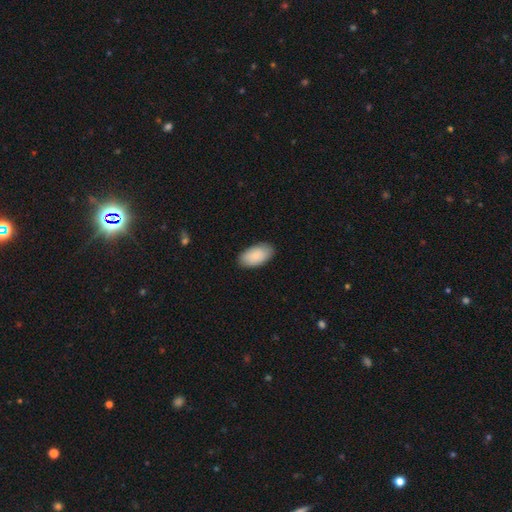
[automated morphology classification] Smooth or featured?
  - smooth: 89% *
  - featured or disk: 6%
  - star or artifact: 5%
How rounded?
  - in between: 96% *
  - round: 3%
  - cigar-shaped: 2%
Merging?
  - none: 87% *
  - minor disturbance: 10%
  - major disturbance: 2%
  - merger: 1%